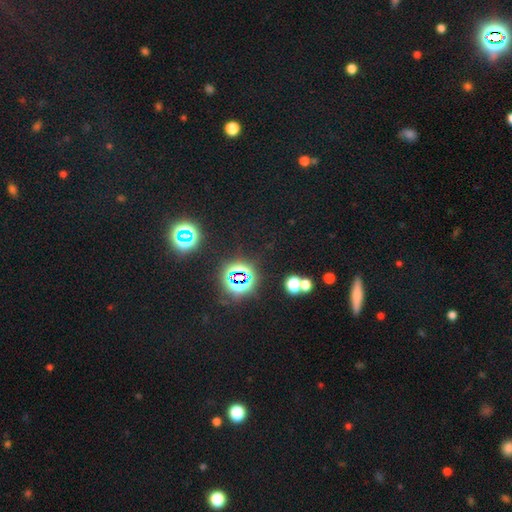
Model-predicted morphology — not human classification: Smooth or featured: star or artifact — 75% (smooth — 17%)